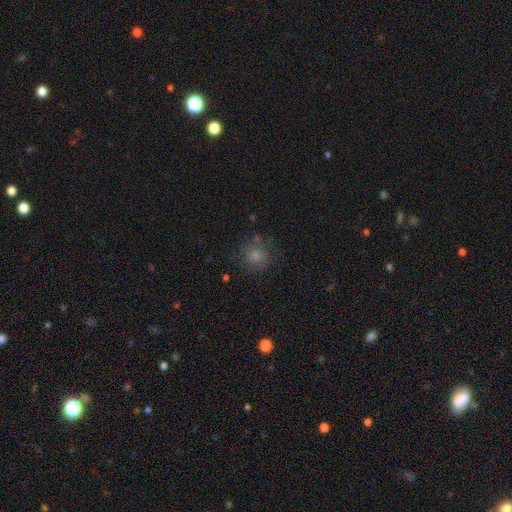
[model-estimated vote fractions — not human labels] smooth-or-featured: smooth: 77% | star or artifact: 12% | featured or disk: 11%
  how-rounded: round: 88% | in between: 11% | cigar-shaped: 1%
  merging: none: 73% | minor disturbance: 16% | major disturbance: 7% | merger: 4%